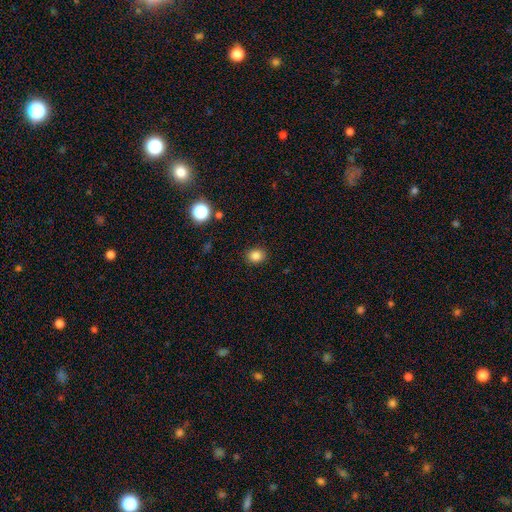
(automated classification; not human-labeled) smooth_or_featured: smooth (p=0.83) [alt: star or artifact p=0.12]
how_rounded: round (p=0.65) [alt: in between p=0.34]
merging: none (p=0.90) [alt: minor disturbance p=0.07]